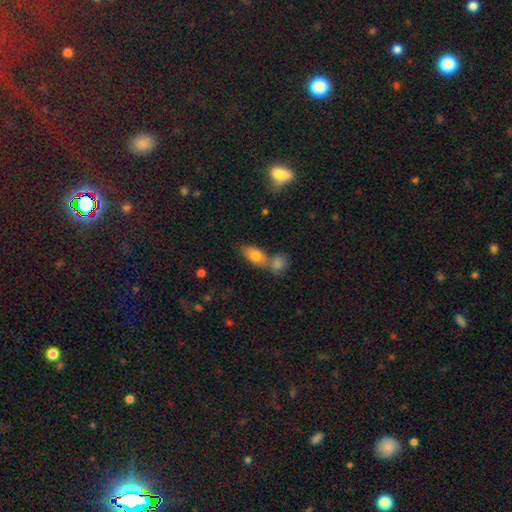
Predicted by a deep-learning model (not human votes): Morphology: type=smooth (79%); roundness=in between (88%); merging=merger (44%).